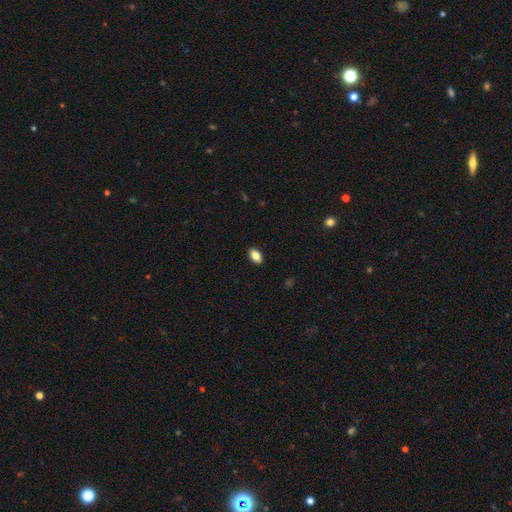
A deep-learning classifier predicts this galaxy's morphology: The model was most divided on "smooth or featured": smooth: 84%, featured or disk: 8%, star or artifact: 8%. More confident: how rounded — in between (91%); merging — none (90%).